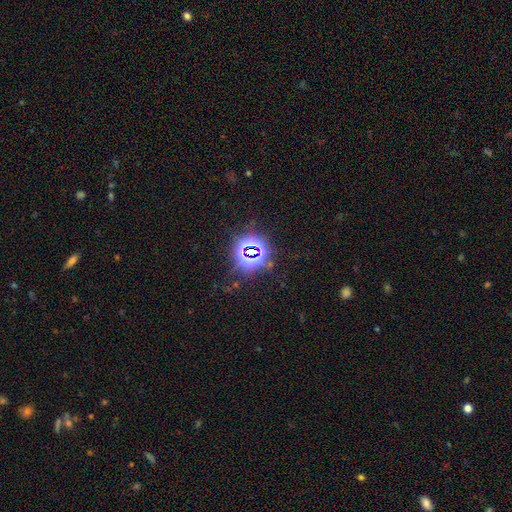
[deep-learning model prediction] This is likely a star or artifact rather than a galaxy (79%).